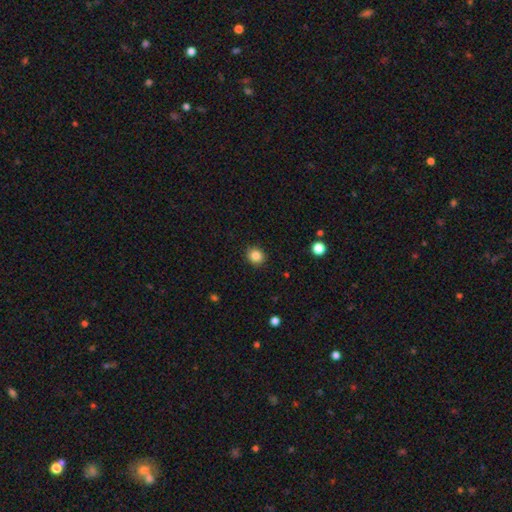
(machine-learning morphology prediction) type=smooth (85%); roundness=round (82%); merging=none (91%).